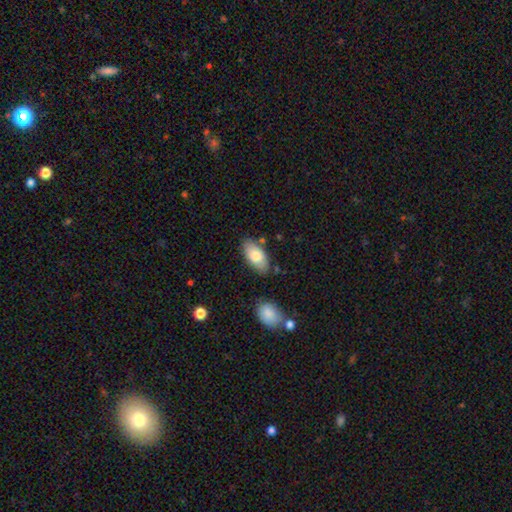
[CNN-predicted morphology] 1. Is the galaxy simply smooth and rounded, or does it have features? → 80% smooth, 14% featured or disk, 6% star or artifact.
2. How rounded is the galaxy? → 93% in between, 4% cigar-shaped, 2% round.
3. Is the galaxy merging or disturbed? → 78% none, 14% minor disturbance, 5% merger, 3% major disturbance.